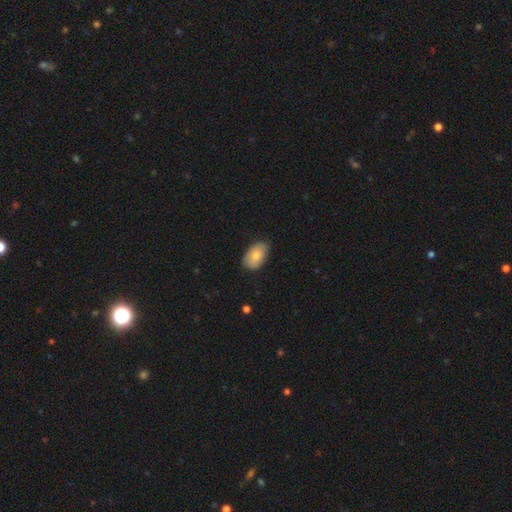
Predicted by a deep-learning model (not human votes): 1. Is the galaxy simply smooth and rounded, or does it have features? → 80% smooth, 13% featured or disk, 6% star or artifact.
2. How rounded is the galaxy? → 92% in between, 6% round, 1% cigar-shaped.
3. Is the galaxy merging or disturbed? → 70% none, 25% minor disturbance, 3% major disturbance, 1% merger.